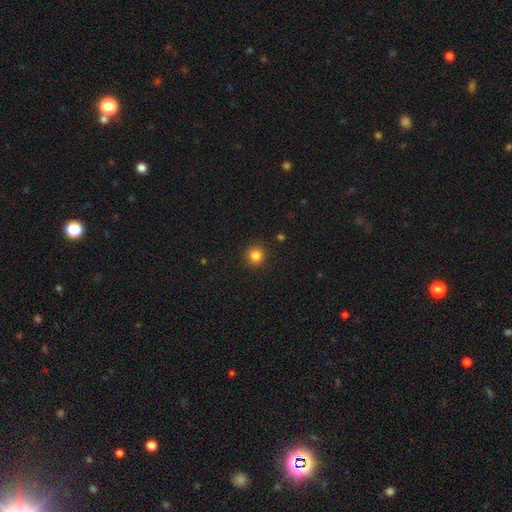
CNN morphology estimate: The model was most divided on "smooth or featured": smooth: 84%, star or artifact: 12%, featured or disk: 5%. More confident: how rounded — round (94%); merging — none (92%).